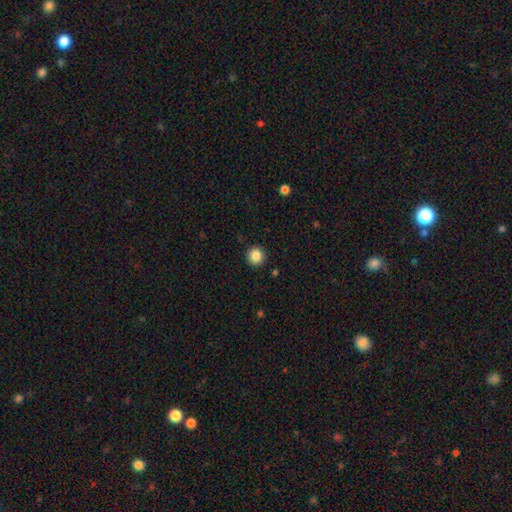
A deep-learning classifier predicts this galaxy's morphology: type=smooth (86%); roundness=round (92%); merging=none (91%).